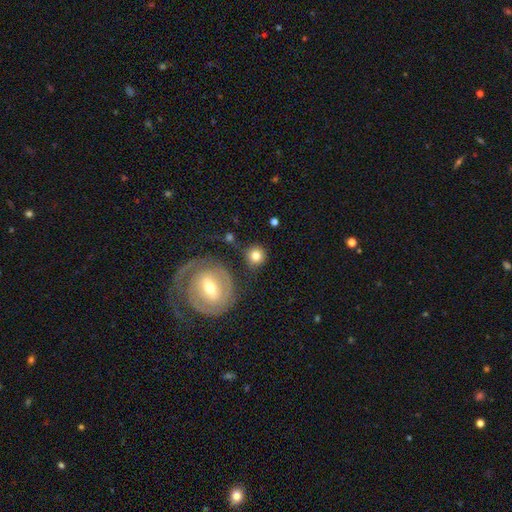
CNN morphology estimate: smooth-or-featured: smooth: 78% | featured or disk: 14% | star or artifact: 9%
  how-rounded: round: 90% | in between: 8% | cigar-shaped: 1%
  merging: none: 77% | minor disturbance: 11% | merger: 7% | major disturbance: 5%